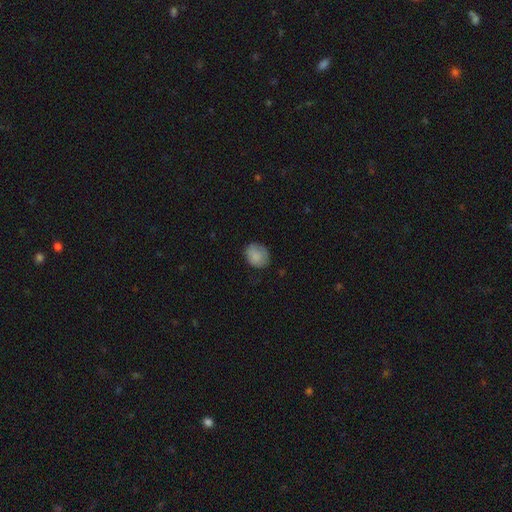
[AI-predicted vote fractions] Smooth or featured? Predicted: smooth (p=0.85). How rounded? Predicted: round (p=0.51). Merging? Predicted: none (p=0.73).